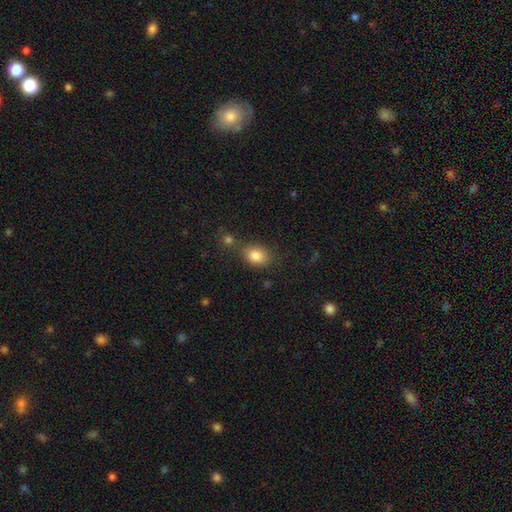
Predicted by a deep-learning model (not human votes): Smooth or featured?
  - smooth: 83% *
  - star or artifact: 10%
  - featured or disk: 7%
How rounded?
  - in between: 63% *
  - round: 35%
  - cigar-shaped: 1%
Merging?
  - none: 66% *
  - minor disturbance: 15%
  - merger: 14%
  - major disturbance: 5%